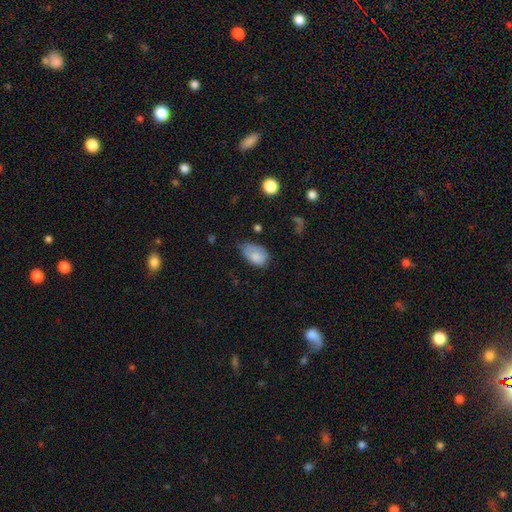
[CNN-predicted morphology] Smooth or featured?
  - smooth: 81% *
  - featured or disk: 10%
  - star or artifact: 8%
How rounded?
  - in between: 87% *
  - round: 12%
  - cigar-shaped: 1%
Merging?
  - minor disturbance: 45% *
  - none: 35%
  - major disturbance: 17%
  - merger: 3%